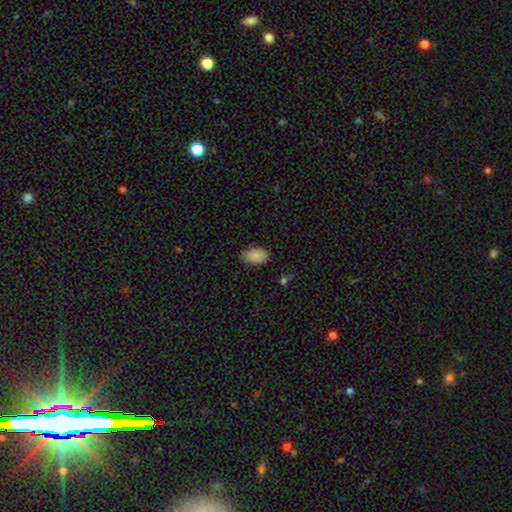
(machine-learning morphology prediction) This is clearly a smooth galaxy (88%). How rounded: clearly in between (94%). Merging: clearly none (85%).